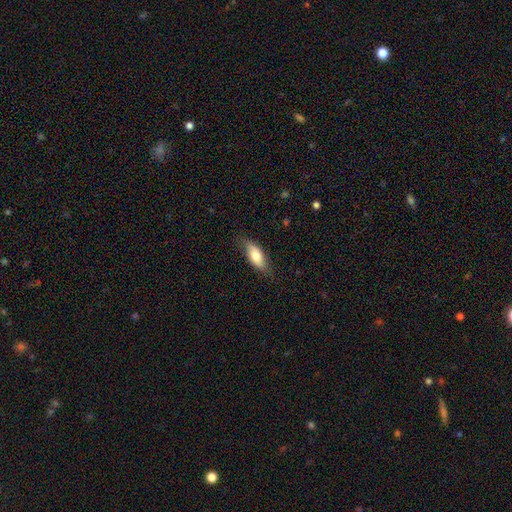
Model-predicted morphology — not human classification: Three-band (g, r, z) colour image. It shows a smooth galaxy with no disk features (70%) that is in between round and cigar-shaped (77%). Merging: none (75%).